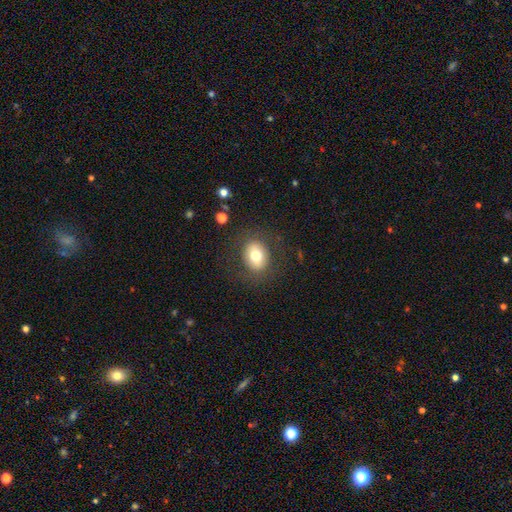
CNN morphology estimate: Smooth or featured? Predicted: smooth (p=0.71). How rounded? Predicted: round (p=0.51). Merging? Predicted: none (p=0.81).